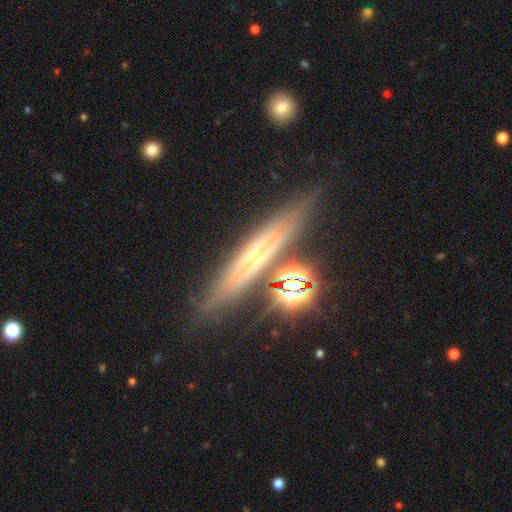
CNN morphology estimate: featured or disk 58%, smooth 22%, star or artifact 20%. Down the decision tree: edge-on disk — yes (87%); edge-on bulge — none (46%); merging — none (82%).